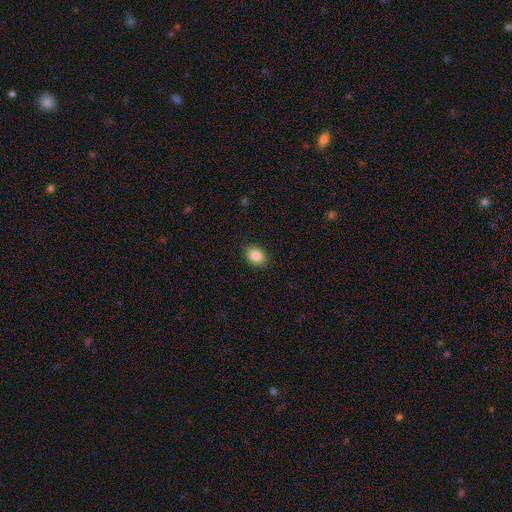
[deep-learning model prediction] Overall: smooth (86%). How rounded: in between (63%; round 36%). Merging: none (90%).